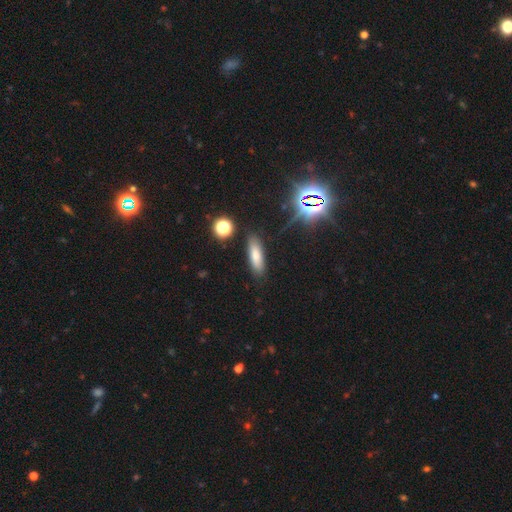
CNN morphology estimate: Smooth or featured? Predicted: smooth (p=0.72). How rounded? Predicted: cigar-shaped (p=0.49). Merging? Predicted: none (p=0.85).